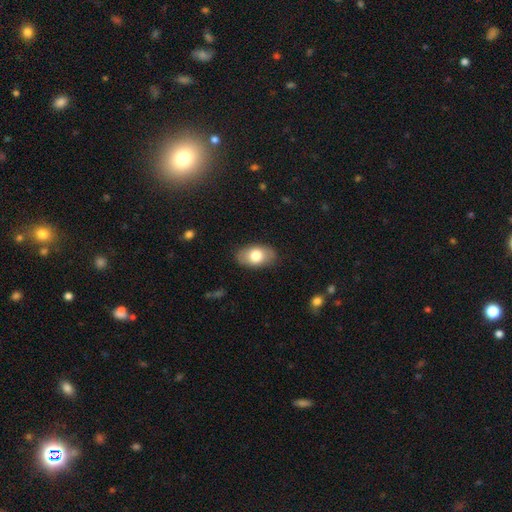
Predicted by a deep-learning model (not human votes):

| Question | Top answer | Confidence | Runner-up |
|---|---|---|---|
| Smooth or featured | smooth | 76% | featured or disk (18%) |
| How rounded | in between | 91% | round (7%) |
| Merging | none | 85% | minor disturbance (11%) |